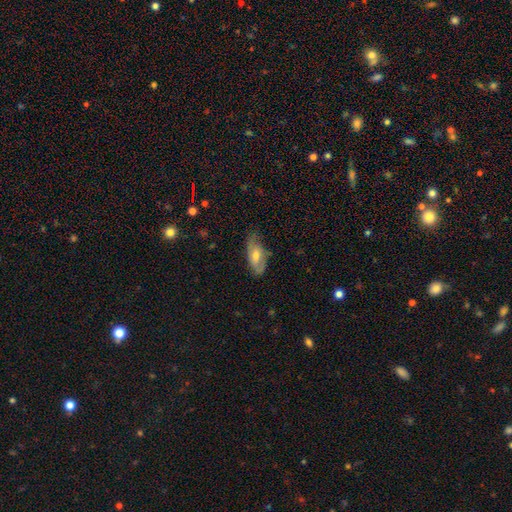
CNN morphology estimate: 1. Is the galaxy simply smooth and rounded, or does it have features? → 48% smooth, 45% featured or disk, 7% star or artifact.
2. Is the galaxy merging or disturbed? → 62% none, 28% minor disturbance, 8% major disturbance, 2% merger.